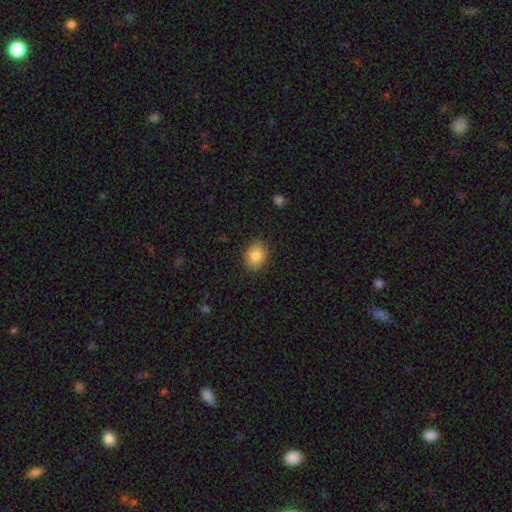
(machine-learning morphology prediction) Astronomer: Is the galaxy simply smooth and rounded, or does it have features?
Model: smooth — 86%.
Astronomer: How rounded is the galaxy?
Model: in between — 51% (runner-up: round, 48%).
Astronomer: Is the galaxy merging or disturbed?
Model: none — 87%.